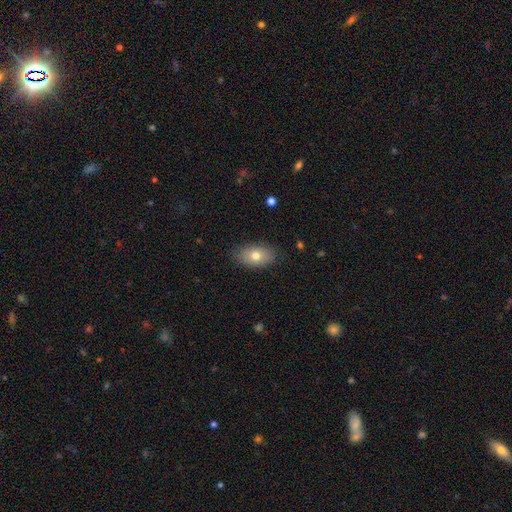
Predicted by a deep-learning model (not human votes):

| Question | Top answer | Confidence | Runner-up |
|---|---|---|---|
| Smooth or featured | smooth | 75% | featured or disk (17%) |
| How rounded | in between | 88% | round (10%) |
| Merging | none | 84% | minor disturbance (12%) |